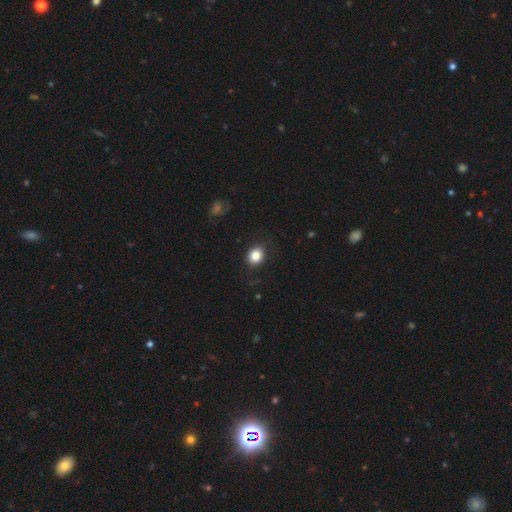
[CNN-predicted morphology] A smooth galaxy with no disk features (84%) that is round (50%). Merging: none (85%).